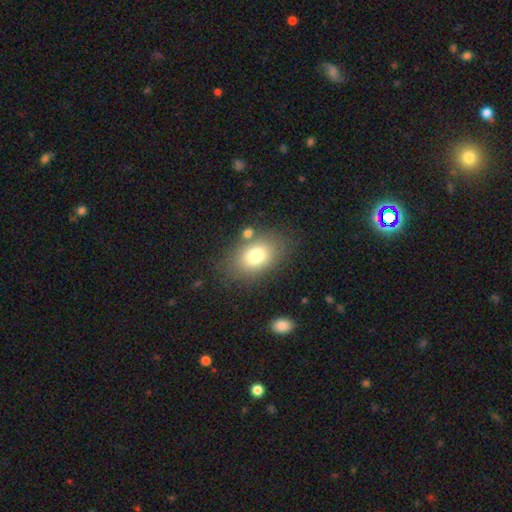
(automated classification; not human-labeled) This appears to be a smooth galaxy with no disk features (76%) that is in between round and cigar-shaped (76%). Merging: none (74%).